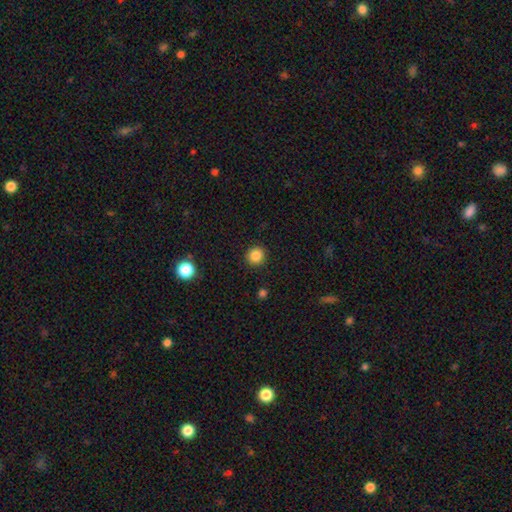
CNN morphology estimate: Q: Smooth or featured?
A: smooth (85%); runner-up: star or artifact (11%)
Q: How rounded?
A: round (93%); runner-up: in between (6%)
Q: Merging?
A: none (92%); runner-up: minor disturbance (5%)